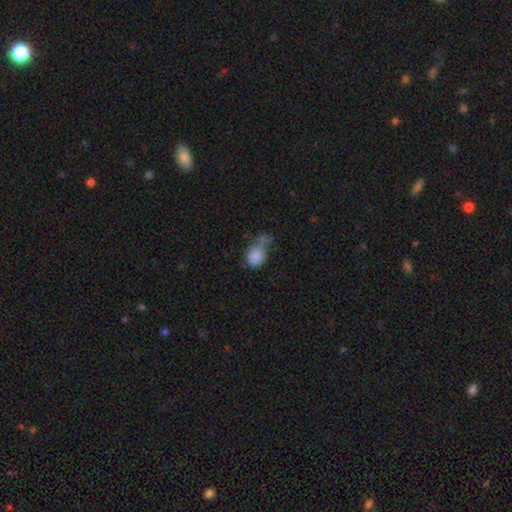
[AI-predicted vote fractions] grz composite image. It shows a smooth galaxy with no disk features (82%) that is in between round and cigar-shaped (65%). Merging: major disturbance (28%).